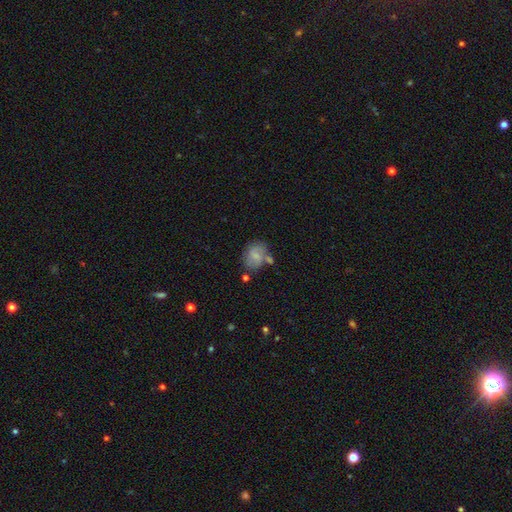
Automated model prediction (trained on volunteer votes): Q: Smooth or featured?
A: smooth (65%); runner-up: featured or disk (25%)
Q: How rounded?
A: in between (58%); runner-up: round (41%)
Q: Merging?
A: none (49%); runner-up: minor disturbance (22%)